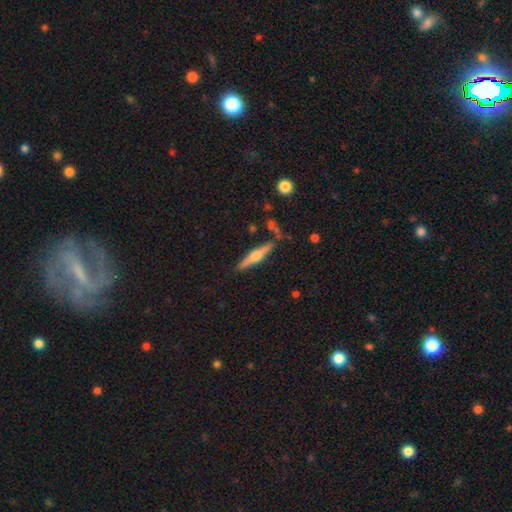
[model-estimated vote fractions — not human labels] Smooth or featured? featured or disk (62%)
Edge-on disk? yes (96%)
Edge-on bulge? rounded (91%)
Merging? none (82%)